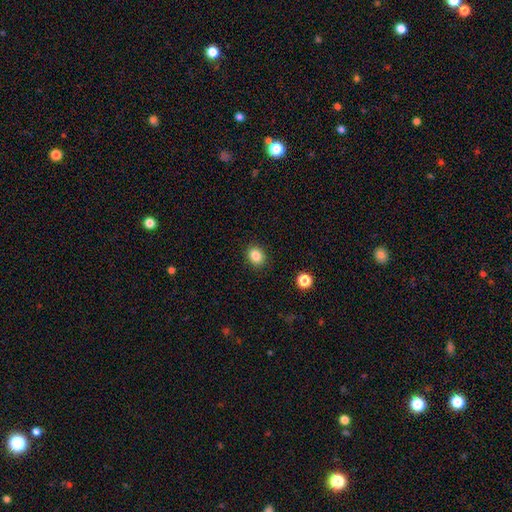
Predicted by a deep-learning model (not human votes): Smooth or featured? Predicted: smooth (p=0.85). How rounded? Predicted: round (p=0.58). Merging? Predicted: none (p=0.89).